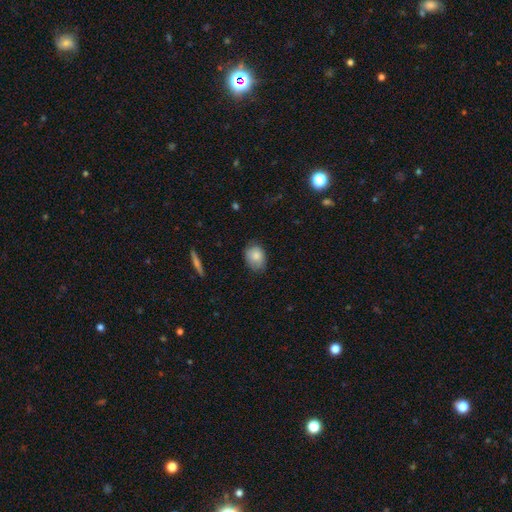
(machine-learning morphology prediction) Q: Smooth or featured?
A: smooth (81%); runner-up: featured or disk (12%)
Q: How rounded?
A: in between (59%); runner-up: round (39%)
Q: Merging?
A: none (67%); runner-up: minor disturbance (27%)